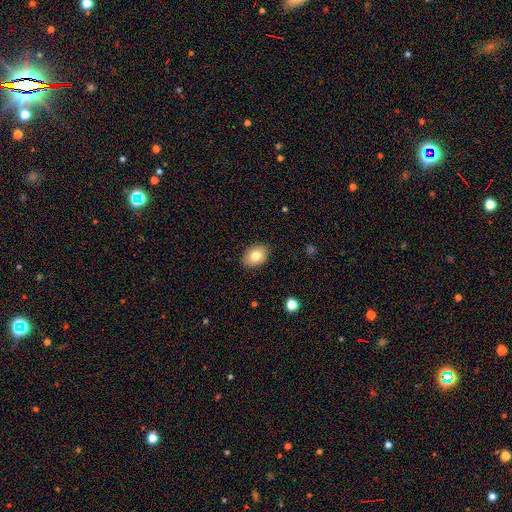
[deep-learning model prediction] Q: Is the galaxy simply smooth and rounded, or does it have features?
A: smooth — 79%.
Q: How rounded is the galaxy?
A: in between — 73%.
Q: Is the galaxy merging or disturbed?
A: none — 87%.